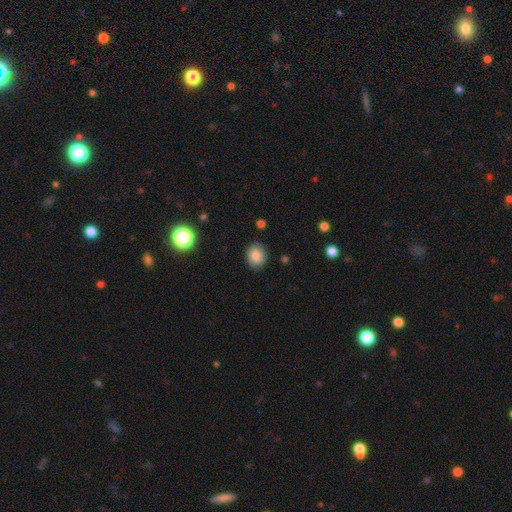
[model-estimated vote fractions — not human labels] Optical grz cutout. It shows a smooth galaxy with no disk features (85%) that is round (58%). Merging: none (85%).